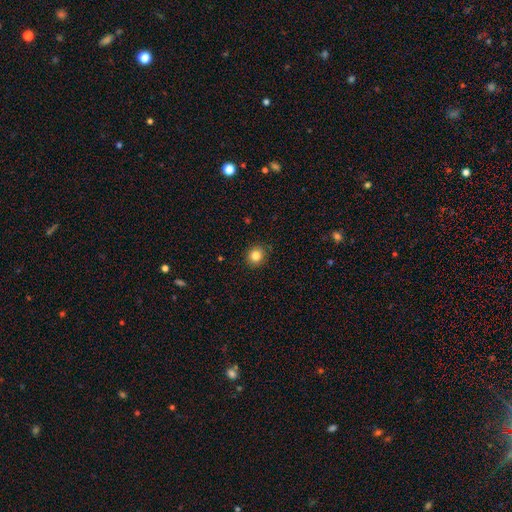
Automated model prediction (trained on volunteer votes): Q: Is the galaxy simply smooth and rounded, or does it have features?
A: smooth — 84%.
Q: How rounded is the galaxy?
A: round — 85%.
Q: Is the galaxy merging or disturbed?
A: none — 90%.